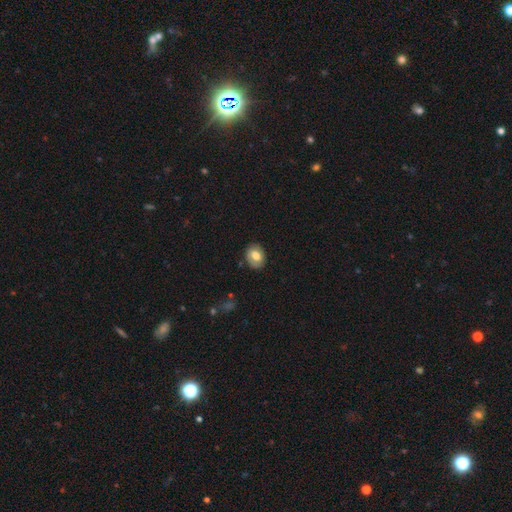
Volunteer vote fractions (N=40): A smooth galaxy with no disk features (78%) that is round (55%).

Vote fractions:
- Smooth or featured? smooth: 78% / featured or disk: 18% / star or artifact: 5%
- How rounded? round: 55% / in between: 45% / cigar-shaped: 0%
- Merging? none: 82% / minor disturbance: 16% / major disturbance: 3% / merger: 0%